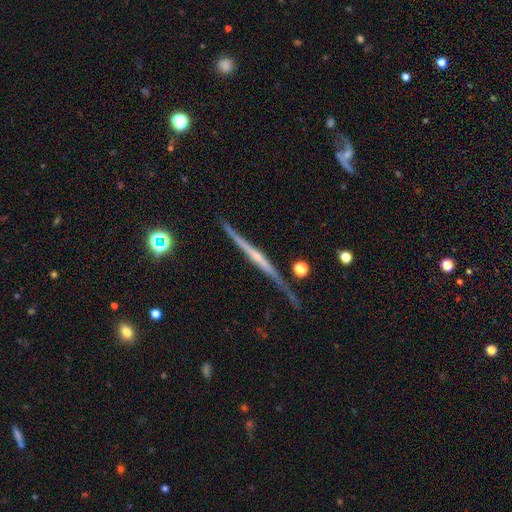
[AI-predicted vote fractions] A featured or disk galaxy (77%) viewed edge-on (97%) with no central bulge (48%). Merging: none (78%).